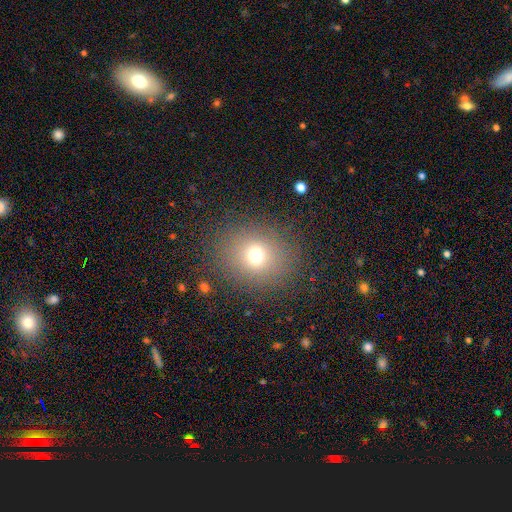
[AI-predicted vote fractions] smooth_or_featured: smooth (p=0.69) [alt: star or artifact p=0.20]
how_rounded: round (p=0.72) [alt: in between p=0.27]
merging: none (p=0.85) [alt: minor disturbance p=0.08]